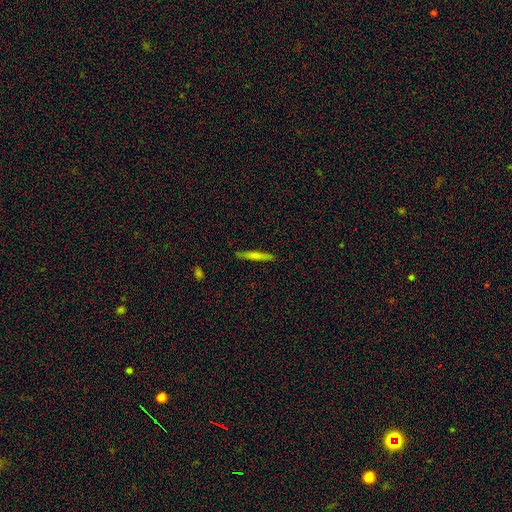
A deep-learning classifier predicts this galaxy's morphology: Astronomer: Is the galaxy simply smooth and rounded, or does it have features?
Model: smooth — 66%.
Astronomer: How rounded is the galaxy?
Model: cigar-shaped — 94%.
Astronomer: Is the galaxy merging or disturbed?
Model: none — 88%.